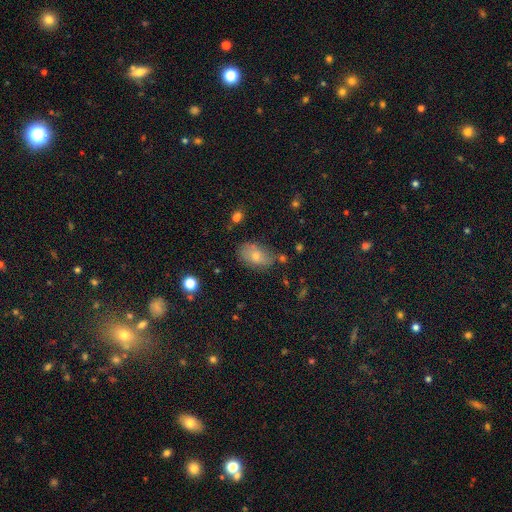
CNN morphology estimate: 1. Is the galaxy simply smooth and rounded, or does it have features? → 65% smooth, 20% featured or disk, 15% star or artifact.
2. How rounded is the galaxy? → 86% in between, 12% round, 2% cigar-shaped.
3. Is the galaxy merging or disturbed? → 67% none, 23% minor disturbance, 6% major disturbance, 5% merger.